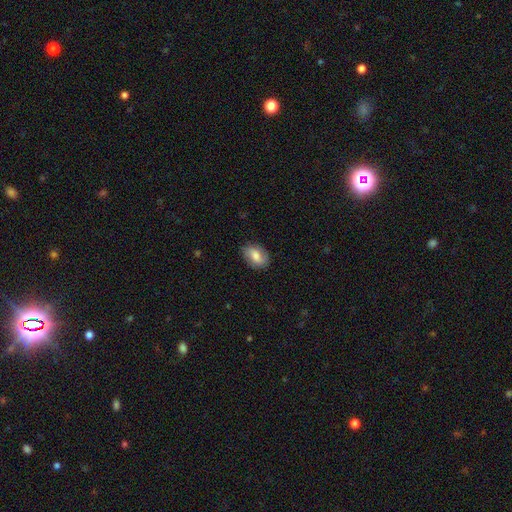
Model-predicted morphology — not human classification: Smooth or featured? Predicted: smooth (p=0.63). How rounded? Predicted: in between (p=0.82). Merging? Predicted: none (p=0.80).